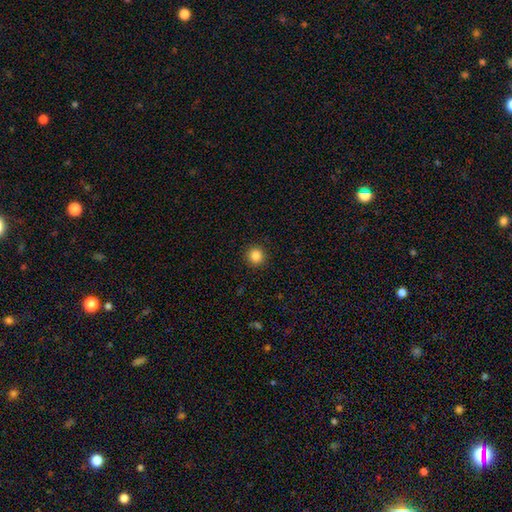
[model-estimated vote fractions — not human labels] Smooth or featured? smooth (85%)
How rounded? round (94%)
Merging? none (92%)